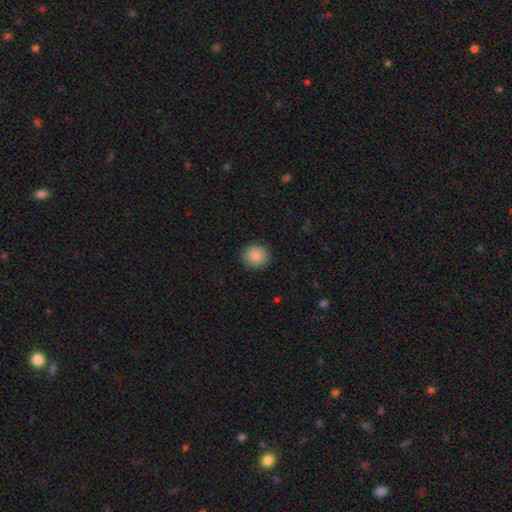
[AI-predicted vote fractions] Smooth or featured? smooth (87%)
How rounded? round (88%)
Merging? none (91%)